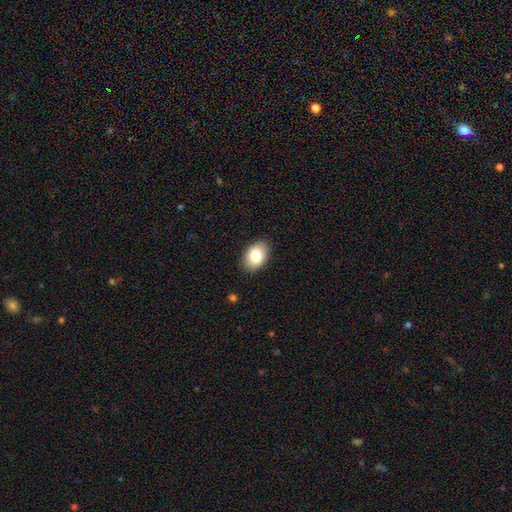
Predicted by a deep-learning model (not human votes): Morphology: type=smooth (82%); roundness=in between (86%); merging=none (87%).